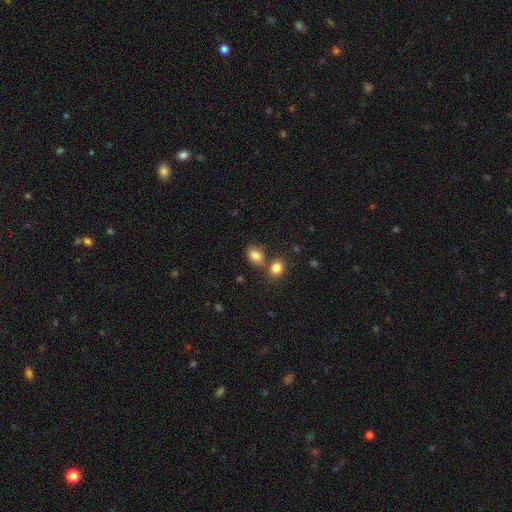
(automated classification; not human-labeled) Smooth or featured? Predicted: smooth (p=0.84). How rounded? Predicted: in between (p=0.71). Merging? Predicted: none (p=0.56).